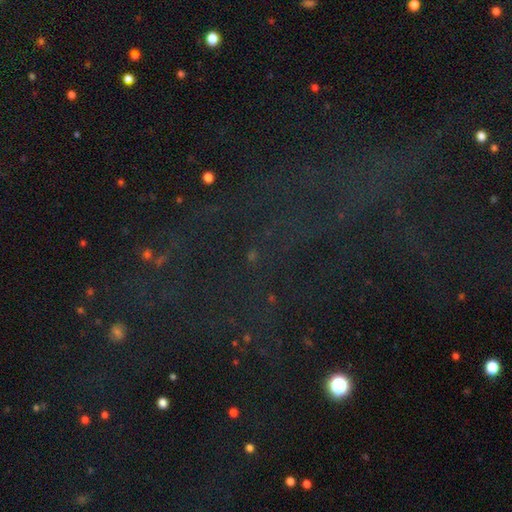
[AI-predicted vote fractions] Overall: star or artifact (72%).